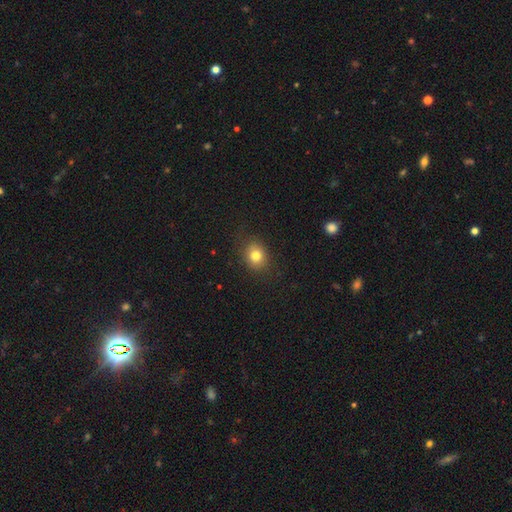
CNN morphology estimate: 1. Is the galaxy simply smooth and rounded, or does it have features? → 80% smooth, 12% star or artifact, 8% featured or disk.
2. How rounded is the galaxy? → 63% round, 36% in between, 1% cigar-shaped.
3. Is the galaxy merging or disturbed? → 85% none, 11% minor disturbance, 3% major disturbance, 1% merger.